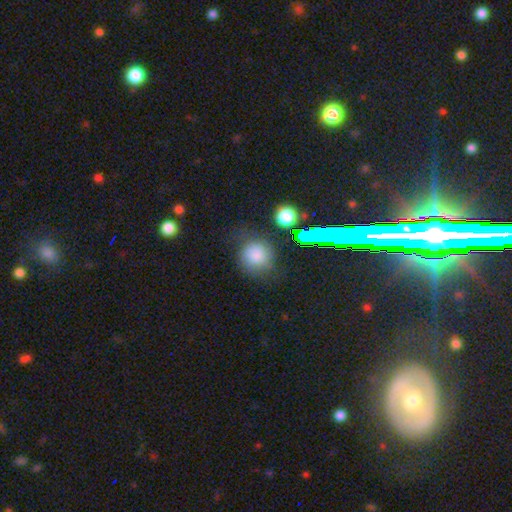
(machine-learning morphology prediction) Smooth or featured?
  - smooth: 76% *
  - star or artifact: 16%
  - featured or disk: 8%
How rounded?
  - round: 87% *
  - in between: 12%
  - cigar-shaped: 1%
Merging?
  - none: 73% *
  - minor disturbance: 17%
  - major disturbance: 6%
  - merger: 4%